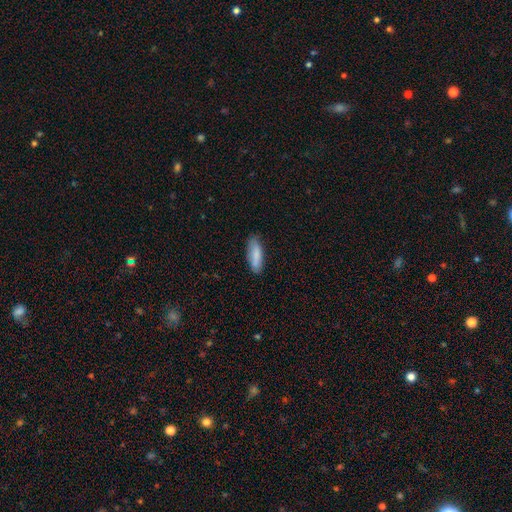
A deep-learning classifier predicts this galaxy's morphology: Smooth or featured?
  - smooth: 85% *
  - featured or disk: 9%
  - star or artifact: 6%
How rounded?
  - in between: 59% *
  - cigar-shaped: 39%
  - round: 2%
Merging?
  - none: 79% *
  - minor disturbance: 17%
  - major disturbance: 3%
  - merger: 1%